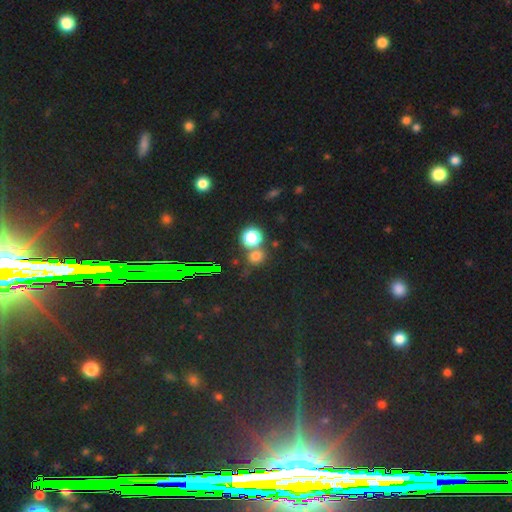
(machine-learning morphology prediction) A smooth galaxy with no disk features (68%) that is round (84%). Merging: none (53%).